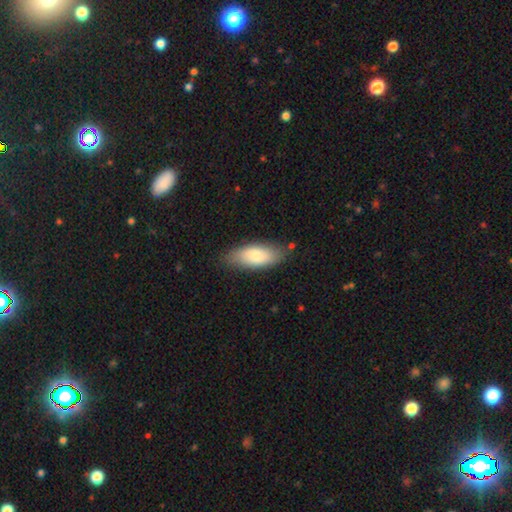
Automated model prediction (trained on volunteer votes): Smooth or featured? Predicted: smooth (p=0.78). How rounded? Predicted: in between (p=0.81). Merging? Predicted: none (p=0.79).